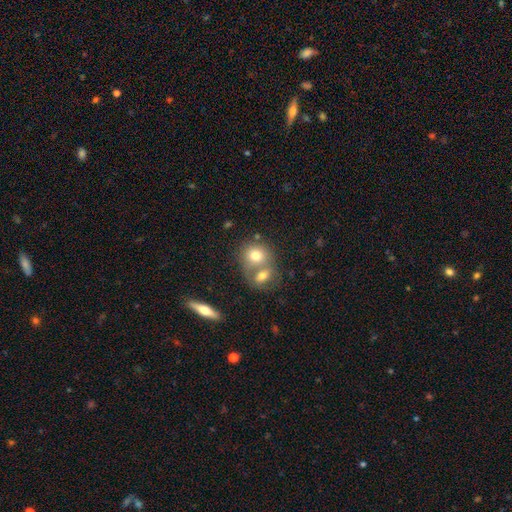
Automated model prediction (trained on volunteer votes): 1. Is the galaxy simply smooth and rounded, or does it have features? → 73% smooth, 18% featured or disk, 9% star or artifact.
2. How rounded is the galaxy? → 71% round, 28% in between, 1% cigar-shaped.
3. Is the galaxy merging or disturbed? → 55% merger, 34% none, 8% minor disturbance, 3% major disturbance.